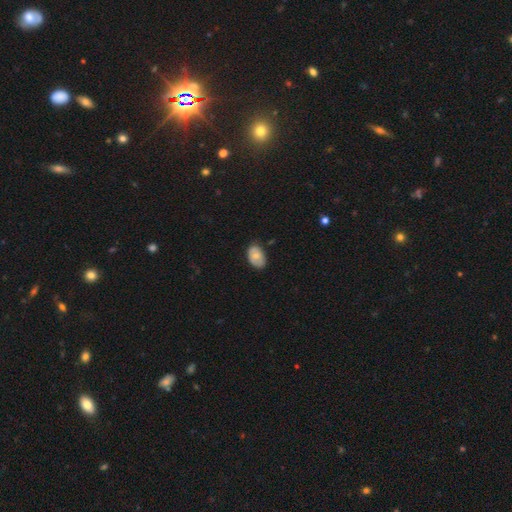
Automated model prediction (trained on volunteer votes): smooth-or-featured: smooth: 67% | featured or disk: 26% | star or artifact: 7%
  how-rounded: in between: 87% | round: 12% | cigar-shaped: 1%
  merging: none: 71% | minor disturbance: 24% | major disturbance: 4% | merger: 1%